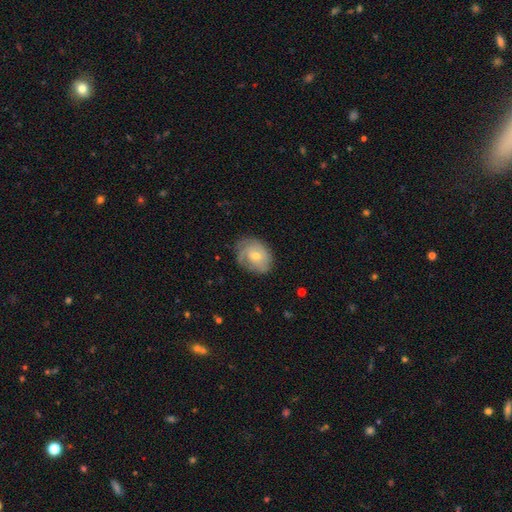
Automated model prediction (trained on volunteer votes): Morphology: type=featured or disk (63%); edge-on=no (96%); bar=no (75%); spiral arms=yes (83%); winding=tight (61%); arm count=can't tell (44%); bulge=small (52%); merging=none (67%).